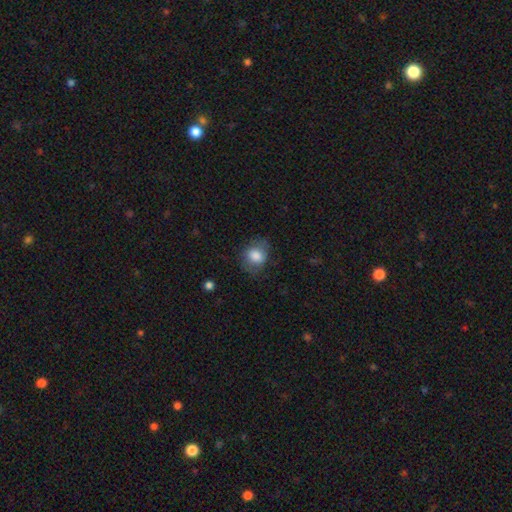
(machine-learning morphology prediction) Smooth or featured? Predicted: smooth (p=0.80). How rounded? Predicted: round (p=0.54). Merging? Predicted: none (p=0.68).